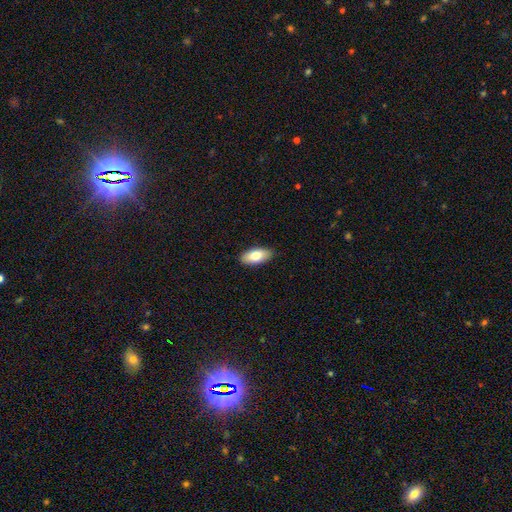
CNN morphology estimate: A smooth galaxy with no disk features (77%) that is in between round and cigar-shaped (90%).

Vote fractions:
- Smooth or featured? smooth: 77% / featured or disk: 16% / star or artifact: 6%
- How rounded? in between: 90% / cigar-shaped: 8% / round: 3%
- Merging? none: 89% / minor disturbance: 8% / major disturbance: 2% / merger: 1%